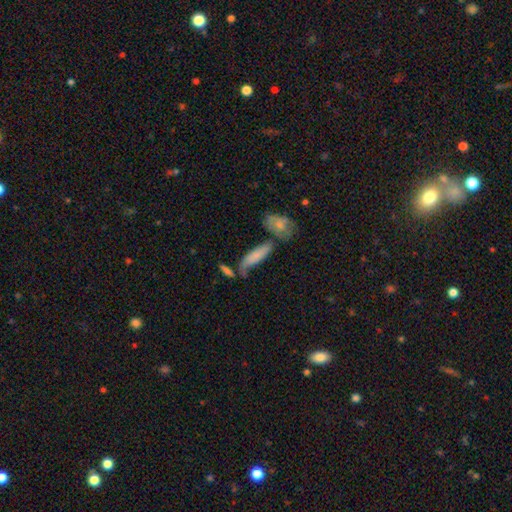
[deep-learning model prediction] smooth-or-featured: smooth: 65% | featured or disk: 26% | star or artifact: 9%
  how-rounded: cigar-shaped: 52% | in between: 45% | round: 3%
  merging: none: 44% | merger: 25% | minor disturbance: 21% | major disturbance: 10%